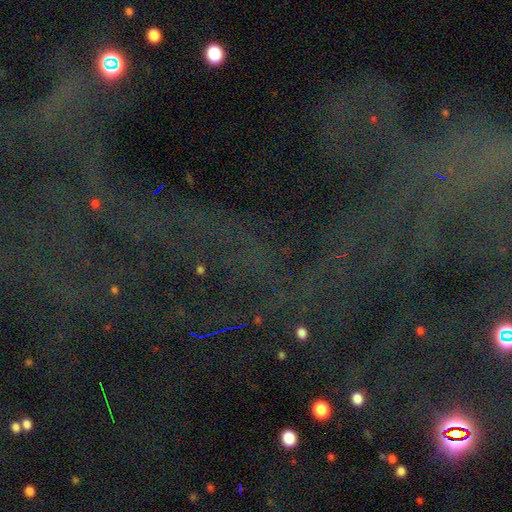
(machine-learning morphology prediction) star or artifact 80%, featured or disk 10%, smooth 9%.